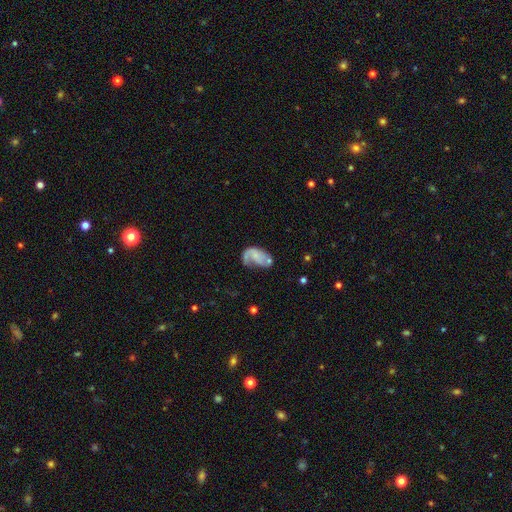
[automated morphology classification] featured or disk 58%, smooth 34%, star or artifact 8%. Down the decision tree: edge-on disk — no (97%); bar — no (70%); spiral arms — yes (76%); bulge size — small (44%); merging — none (32%).